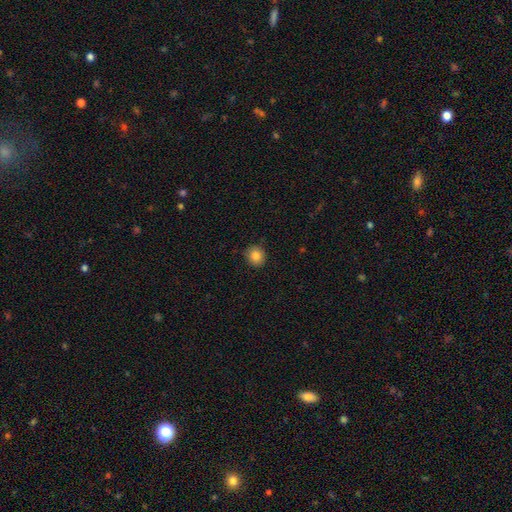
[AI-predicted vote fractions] smooth_or_featured: smooth (p=0.85) [alt: star or artifact p=0.10]
how_rounded: round (p=0.82) [alt: in between p=0.17]
merging: none (p=0.88) [alt: minor disturbance p=0.09]